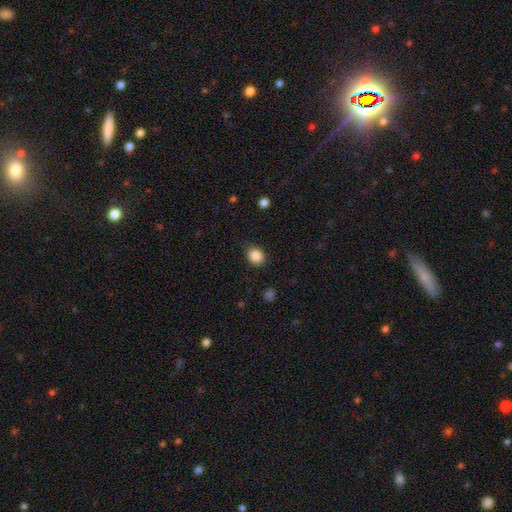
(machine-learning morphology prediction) smooth 87%, star or artifact 9%, featured or disk 4%. Down the decision tree: how rounded — round (60%); merging — none (84%).